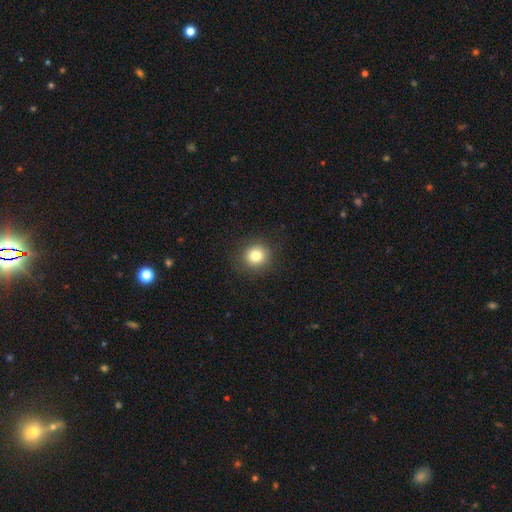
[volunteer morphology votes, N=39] Smooth or featured? 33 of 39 (85%) said smooth. How rounded? 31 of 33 (94%) said round. Merging? 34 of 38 (89%) said none.